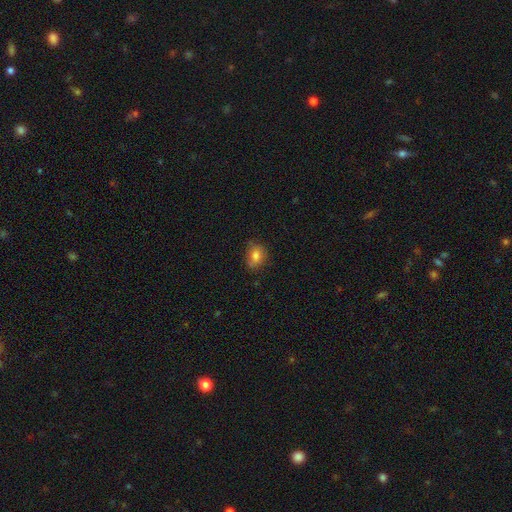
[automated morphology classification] smooth 79%, featured or disk 11%, star or artifact 11%. Down the decision tree: how rounded — in between (57%); merging — none (68%).